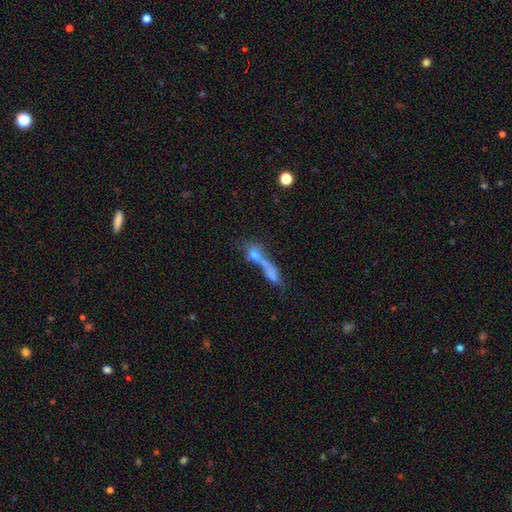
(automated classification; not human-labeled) Smooth or featured? Predicted: smooth (p=0.52). How rounded? Predicted: cigar-shaped (p=0.43). Merging? Predicted: merger (p=0.59).